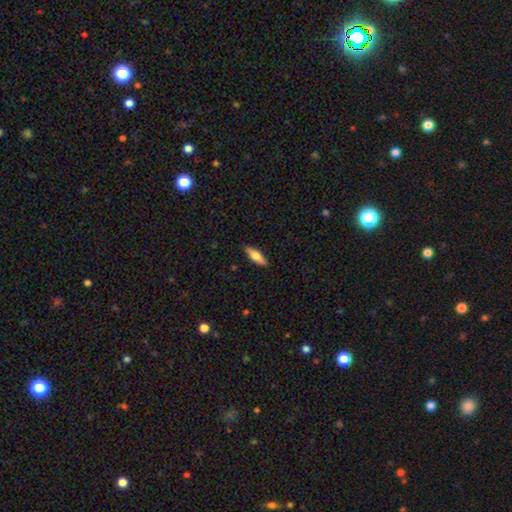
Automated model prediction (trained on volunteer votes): A smooth galaxy with no disk features (56%) that is cigar-shaped (55%). Merging: none (89%).